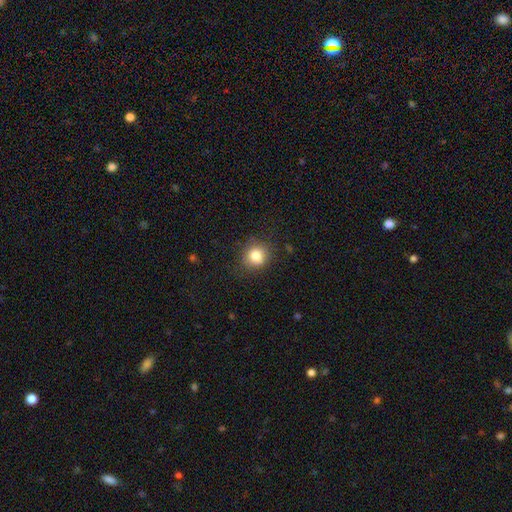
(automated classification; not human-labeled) The model was most divided on "how rounded": round: 84%, in between: 15%, cigar-shaped: 1%. More confident: merging — none (83%); smooth or featured — smooth (82%).